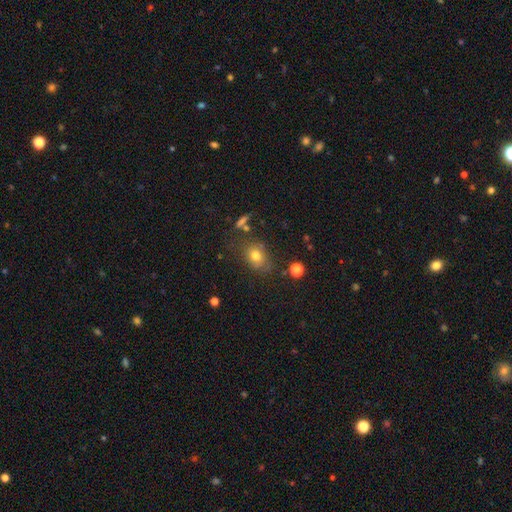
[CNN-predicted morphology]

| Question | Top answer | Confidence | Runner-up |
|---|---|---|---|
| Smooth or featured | smooth | 74% | star or artifact (14%) |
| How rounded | in between | 59% | round (40%) |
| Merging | none | 67% | minor disturbance (19%) |